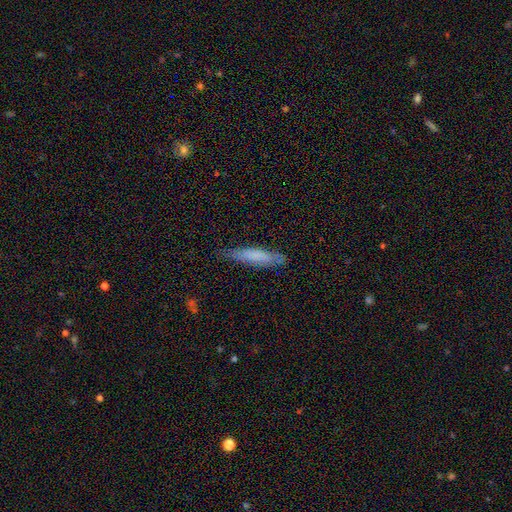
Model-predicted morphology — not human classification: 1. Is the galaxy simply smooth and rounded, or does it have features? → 66% smooth, 27% featured or disk, 7% star or artifact.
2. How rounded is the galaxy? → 84% cigar-shaped, 14% in between, 1% round.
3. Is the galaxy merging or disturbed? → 74% none, 20% minor disturbance, 4% major disturbance, 2% merger.